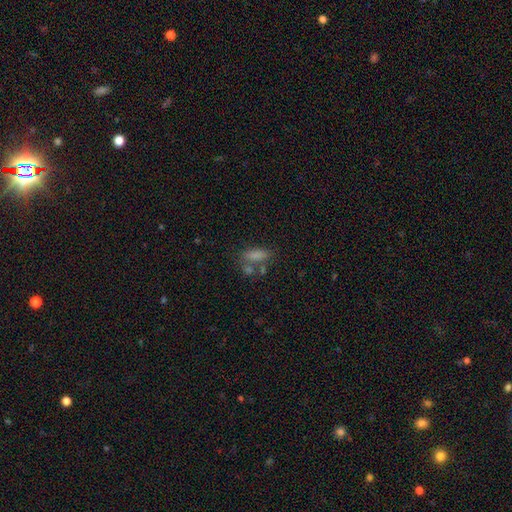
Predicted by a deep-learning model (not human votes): This is likely a smooth galaxy (75%). How rounded: likely in between (73%). Merging: possibly none (48%).